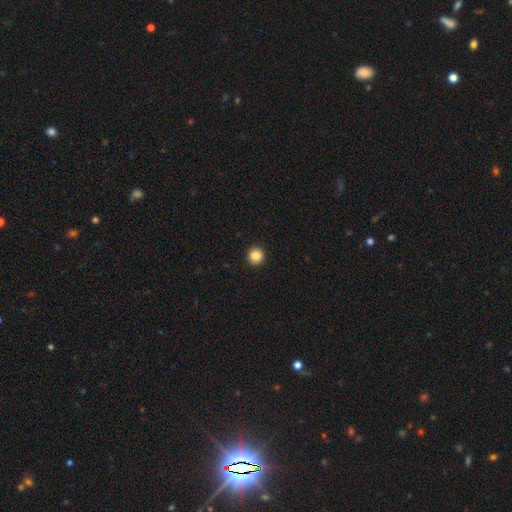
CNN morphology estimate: Smooth or featured?
  - smooth: 86% *
  - star or artifact: 10%
  - featured or disk: 4%
How rounded?
  - round: 93% *
  - in between: 6%
  - cigar-shaped: 1%
Merging?
  - none: 94% *
  - minor disturbance: 4%
  - major disturbance: 1%
  - merger: 1%